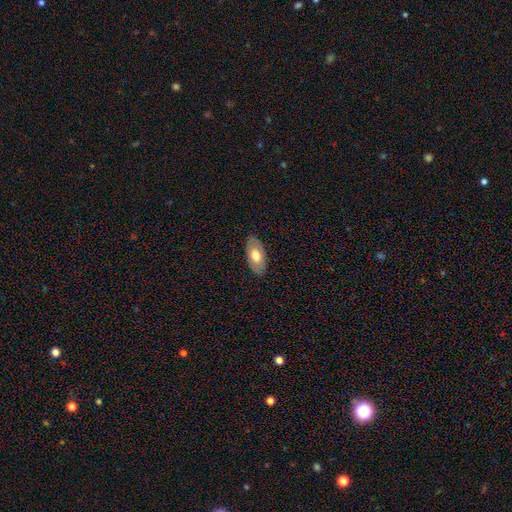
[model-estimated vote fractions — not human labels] Q: Smooth or featured?
A: smooth (64%); runner-up: featured or disk (31%)
Q: How rounded?
A: in between (93%); runner-up: cigar-shaped (4%)
Q: Merging?
A: none (86%); runner-up: minor disturbance (11%)